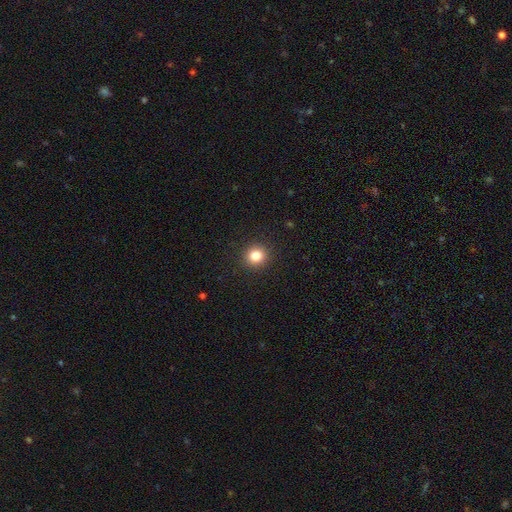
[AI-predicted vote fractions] The model was most divided on "smooth or featured": smooth: 82%, star or artifact: 12%, featured or disk: 6%. More confident: merging — none (92%); how rounded — round (90%).